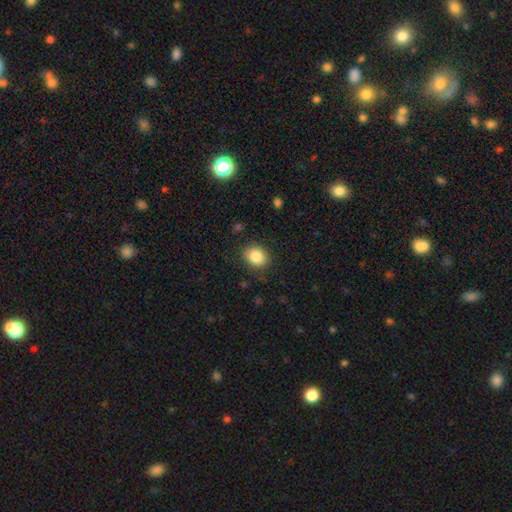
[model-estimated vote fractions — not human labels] A smooth galaxy with no disk features (86%) that is round (61%).

Vote fractions:
- Smooth or featured? smooth: 86% / star or artifact: 9% / featured or disk: 5%
- How rounded? round: 61% / in between: 38% / cigar-shaped: 1%
- Merging? none: 86% / minor disturbance: 10% / major disturbance: 3% / merger: 1%